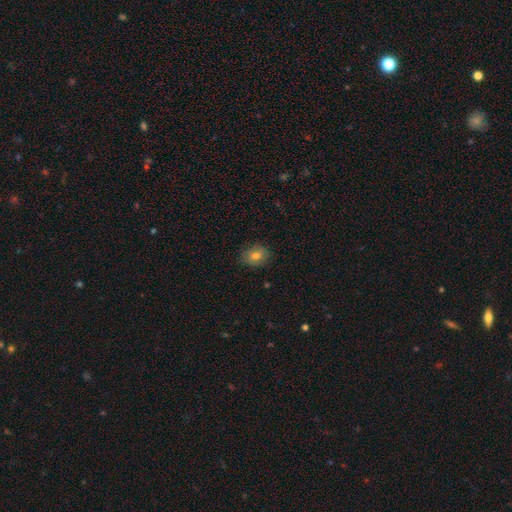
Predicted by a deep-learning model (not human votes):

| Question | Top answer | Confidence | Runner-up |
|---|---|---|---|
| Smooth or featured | smooth | 78% | featured or disk (11%) |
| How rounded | in between | 51% | round (48%) |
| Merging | none | 84% | minor disturbance (12%) |